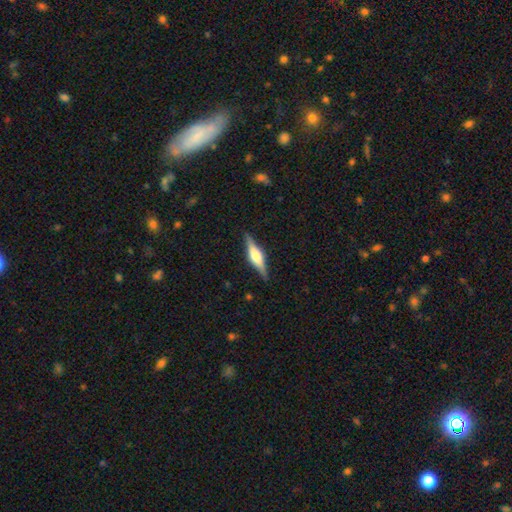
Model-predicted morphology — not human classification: Smooth or featured? featured or disk (69%)
Edge-on disk? yes (97%)
Edge-on bulge? rounded (81%)
Merging? none (88%)